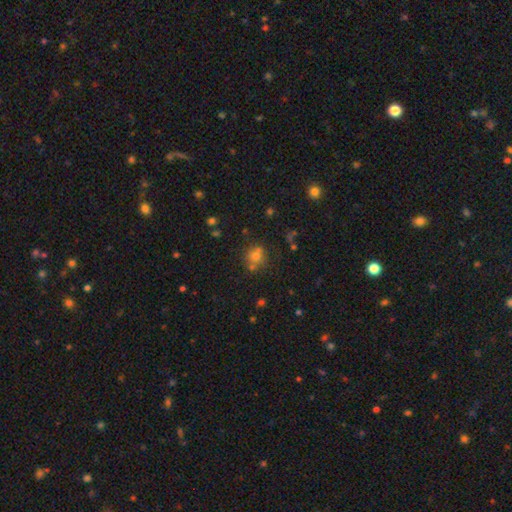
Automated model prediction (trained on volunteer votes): Smooth or featured? smooth (63%)
How rounded? round (86%)
Merging? none (63%)